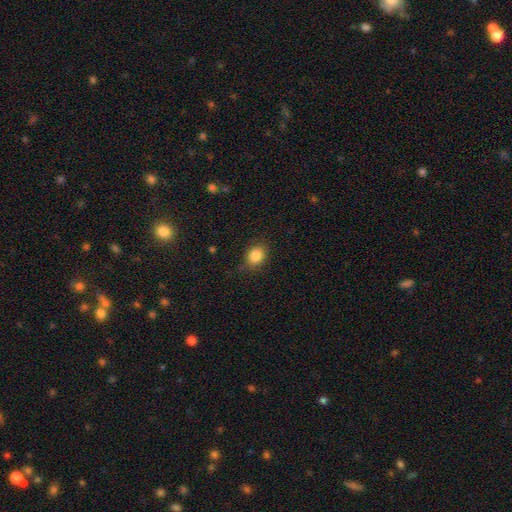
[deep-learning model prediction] Smooth or featured?
  - smooth: 85% *
  - star or artifact: 10%
  - featured or disk: 5%
How rounded?
  - round: 54% *
  - in between: 45%
  - cigar-shaped: 1%
Merging?
  - none: 82% *
  - minor disturbance: 14%
  - major disturbance: 3%
  - merger: 1%